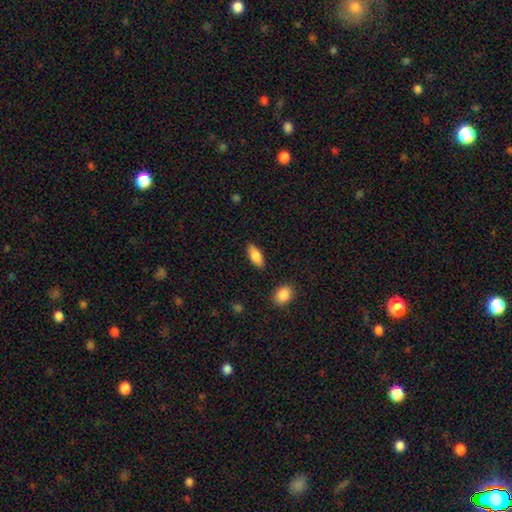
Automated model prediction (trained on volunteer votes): The model was most divided on "how rounded": in between: 81%, cigar-shaped: 16%, round: 2%. More confident: merging — none (86%); smooth or featured — smooth (83%).